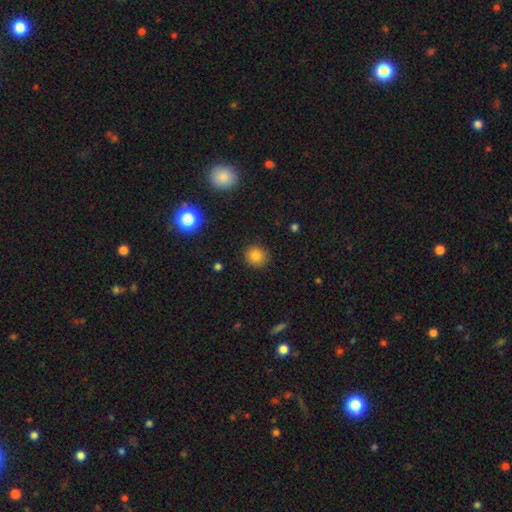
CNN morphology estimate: Smooth or featured? Predicted: smooth (p=0.81). How rounded? Predicted: round (p=0.86). Merging? Predicted: none (p=0.89).